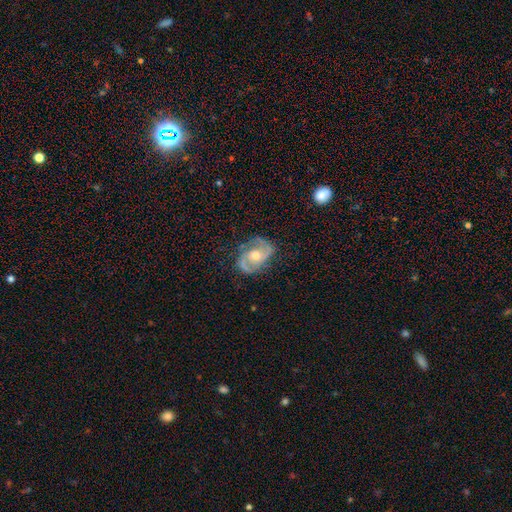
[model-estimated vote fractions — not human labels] Overall: featured or disk (85%). Edge-on disk: no (97%). Bar: no (55%; weak 37%). Spiral arms: yes (95%). Spiral arm count: 2 (89%). Spiral winding: medium (54%; tight 25%). Bulge size: moderate (68%). Merging: none (74%).